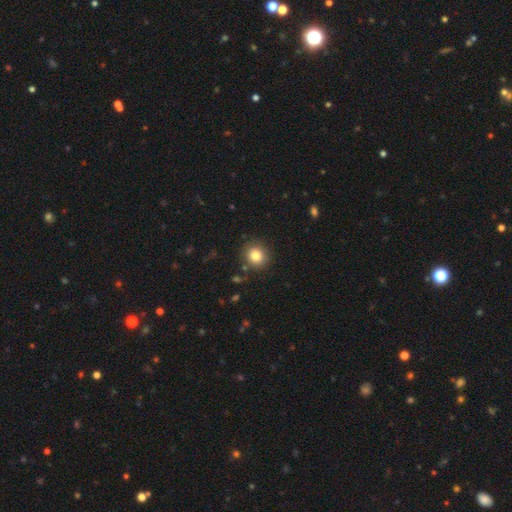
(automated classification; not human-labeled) The model was most divided on "how rounded": round: 85%, in between: 14%, cigar-shaped: 1%. More confident: merging — none (87%); smooth or featured — smooth (82%).